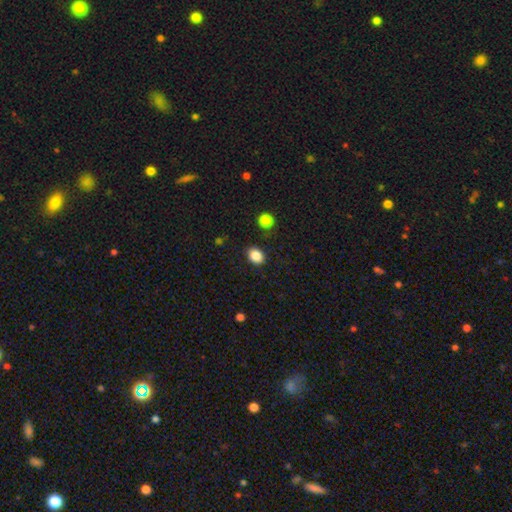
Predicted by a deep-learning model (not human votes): Morphology: type=smooth (86%); roundness=in between (51%); merging=none (87%).